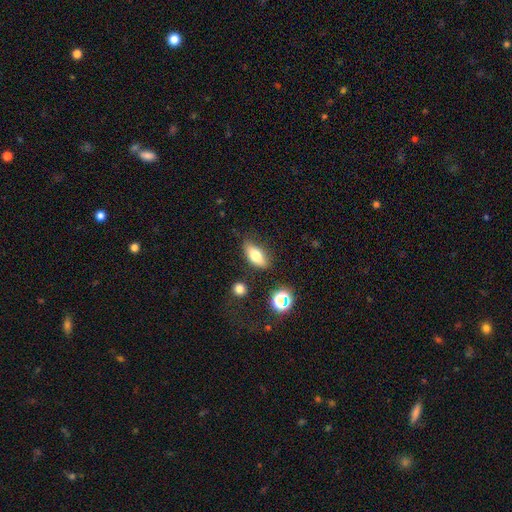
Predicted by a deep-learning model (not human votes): A smooth galaxy with no disk features (70%) that is in between round and cigar-shaped (77%).

Vote fractions:
- Smooth or featured? smooth: 70% / featured or disk: 21% / star or artifact: 9%
- How rounded? in between: 77% / cigar-shaped: 17% / round: 5%
- Merging? none: 77% / minor disturbance: 15% / major disturbance: 4% / merger: 3%